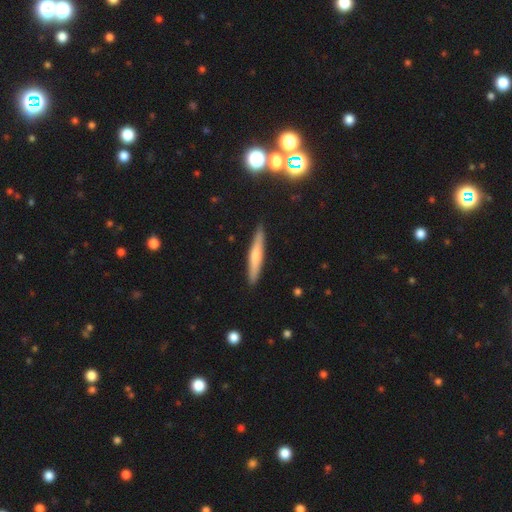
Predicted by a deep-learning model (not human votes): Smooth or featured: featured or disk — 50% (smooth — 38%)
Edge-on disk: yes — 92% (no — 8%)
Merging: none — 88% (minor disturbance — 8%)